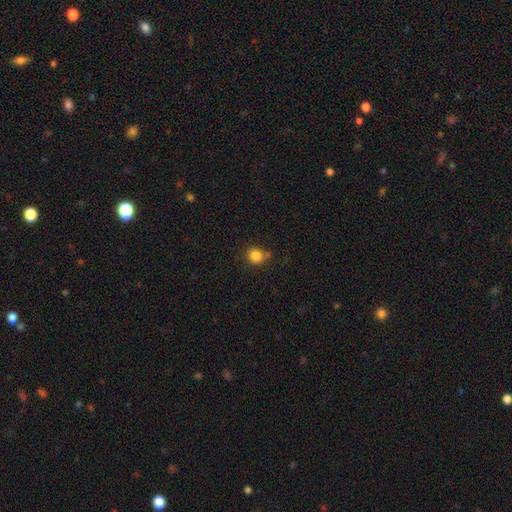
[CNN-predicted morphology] smooth 85%, star or artifact 11%, featured or disk 4%. Down the decision tree: how rounded — round (85%); merging — none (73%).